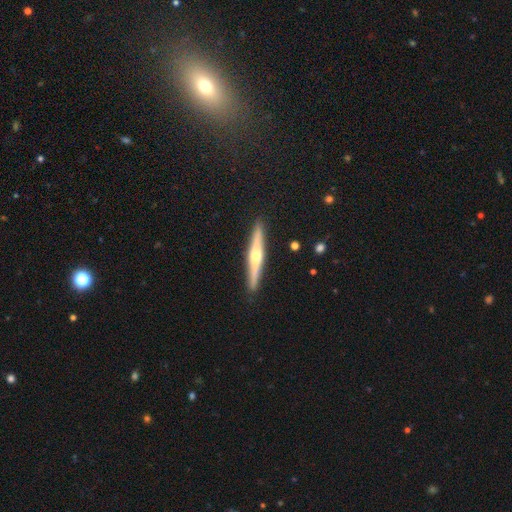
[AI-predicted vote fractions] Smooth or featured? featured or disk (66%)
Edge-on disk? yes (97%)
Edge-on bulge? rounded (85%)
Merging? none (91%)